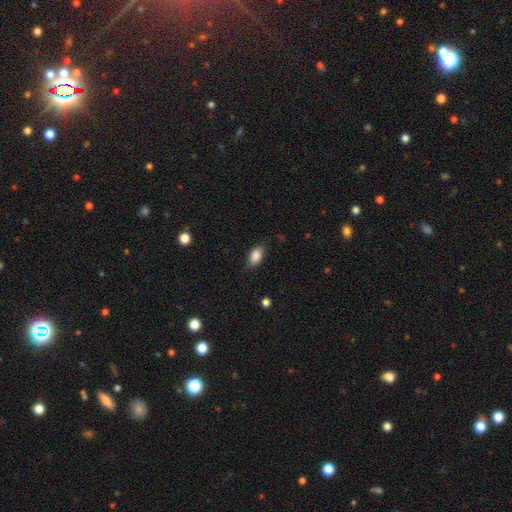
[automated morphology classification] Q: Smooth or featured?
A: smooth (86%); runner-up: star or artifact (8%)
Q: How rounded?
A: in between (89%); runner-up: round (7%)
Q: Merging?
A: none (79%); runner-up: minor disturbance (16%)